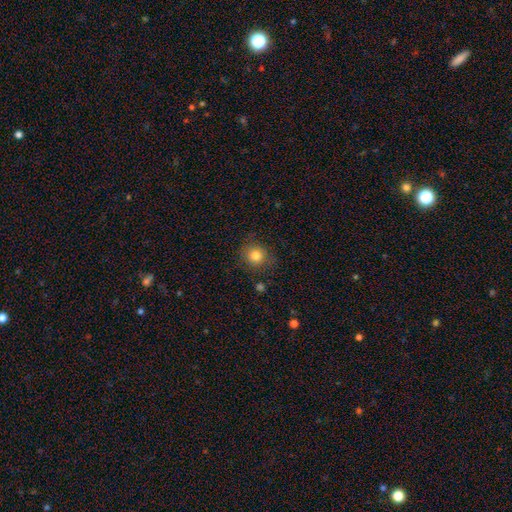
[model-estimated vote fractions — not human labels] Smooth or featured? smooth (81%)
How rounded? round (85%)
Merging? none (82%)